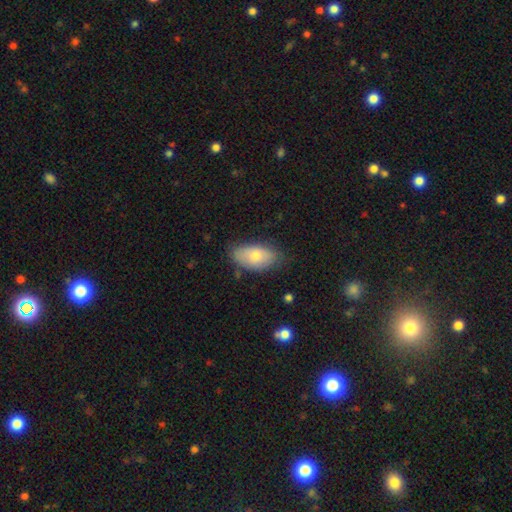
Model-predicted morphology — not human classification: This appears to be a smooth galaxy with no disk features (74%) that is in between round and cigar-shaped (93%). Merging: none (71%).